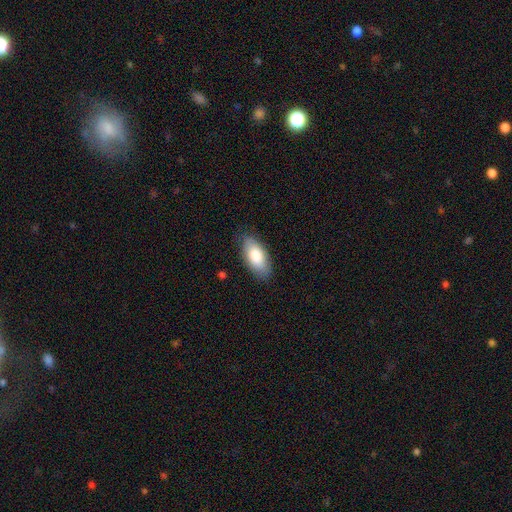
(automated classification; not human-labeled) A smooth galaxy with no disk features (80%) that is in between round and cigar-shaped (90%). Merging: none (84%).